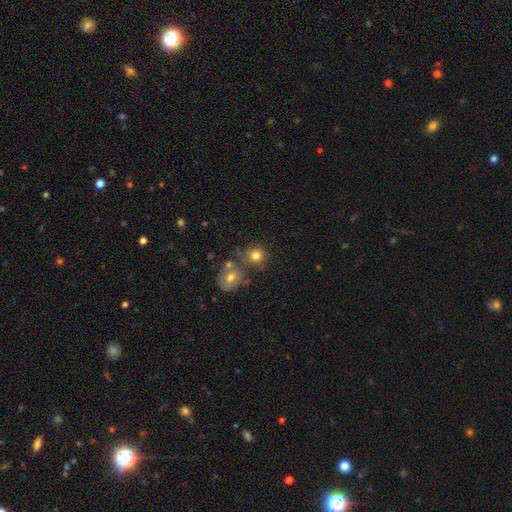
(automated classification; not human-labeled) smooth-or-featured: smooth: 76% | featured or disk: 13% | star or artifact: 11%
  how-rounded: round: 83% | in between: 16% | cigar-shaped: 1%
  merging: none: 58% | merger: 25% | minor disturbance: 12% | major disturbance: 5%